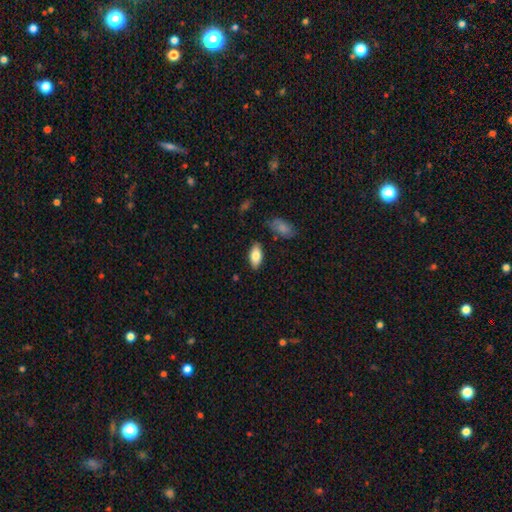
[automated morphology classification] smooth-or-featured: smooth: 79% | featured or disk: 15% | star or artifact: 6%
  how-rounded: in between: 89% | cigar-shaped: 9% | round: 2%
  merging: none: 85% | minor disturbance: 10% | major disturbance: 2% | merger: 2%